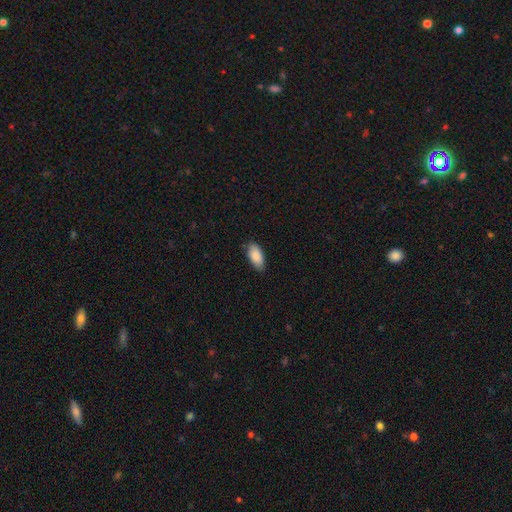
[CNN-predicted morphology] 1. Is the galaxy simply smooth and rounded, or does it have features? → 89% smooth, 6% star or artifact, 5% featured or disk.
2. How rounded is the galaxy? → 92% in between, 6% cigar-shaped, 2% round.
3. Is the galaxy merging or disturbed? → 79% none, 17% minor disturbance, 3% major disturbance, 1% merger.